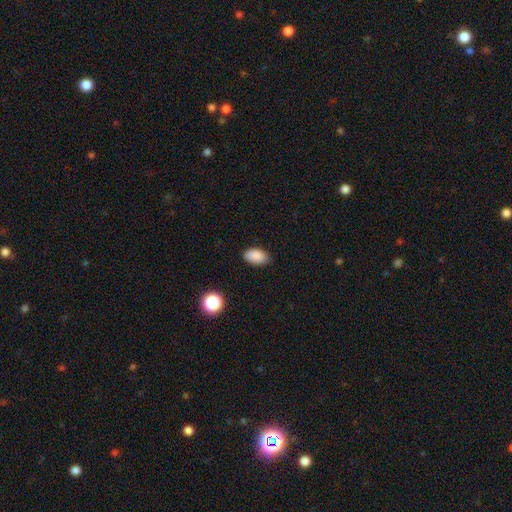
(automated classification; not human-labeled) The model was most divided on "merging": none: 84%, minor disturbance: 12%, major disturbance: 2%, merger: 1%. More confident: how rounded — in between (93%); smooth or featured — smooth (87%).